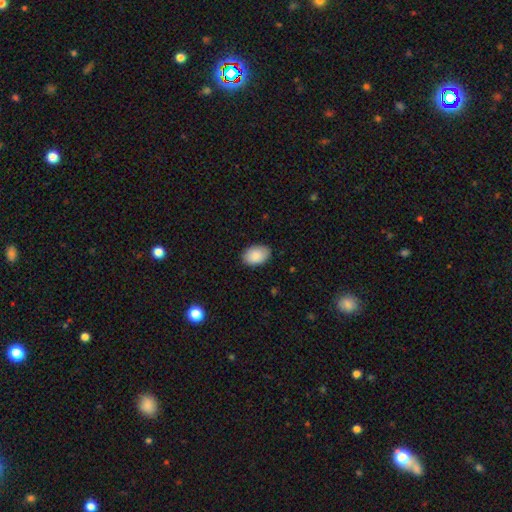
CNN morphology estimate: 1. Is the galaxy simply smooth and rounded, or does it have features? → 89% smooth, 6% star or artifact, 5% featured or disk.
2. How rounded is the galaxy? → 87% in between, 12% round, 1% cigar-shaped.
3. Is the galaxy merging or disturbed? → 85% none, 12% minor disturbance, 2% major disturbance, 1% merger.